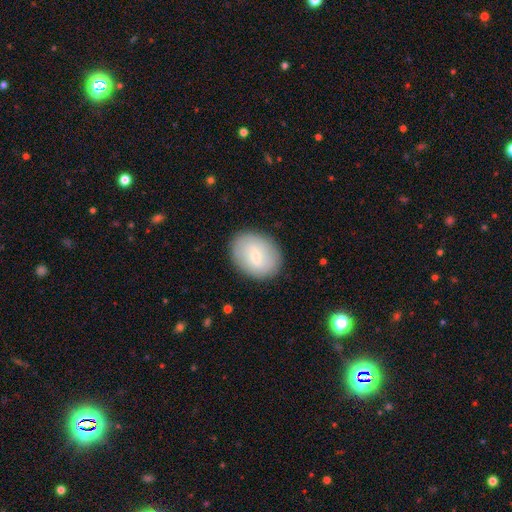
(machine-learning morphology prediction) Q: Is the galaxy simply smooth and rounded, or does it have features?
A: smooth — 61%.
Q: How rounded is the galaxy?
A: in between — 60%.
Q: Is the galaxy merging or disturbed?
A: none — 86%.